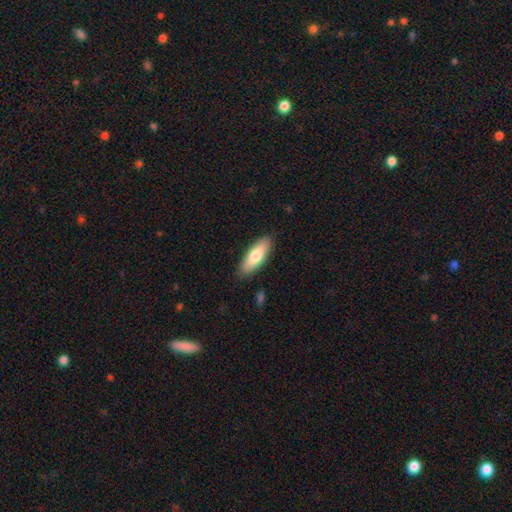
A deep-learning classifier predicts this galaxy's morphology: A smooth galaxy with no disk features (74%) that is in between round and cigar-shaped (59%). Merging: none (88%).